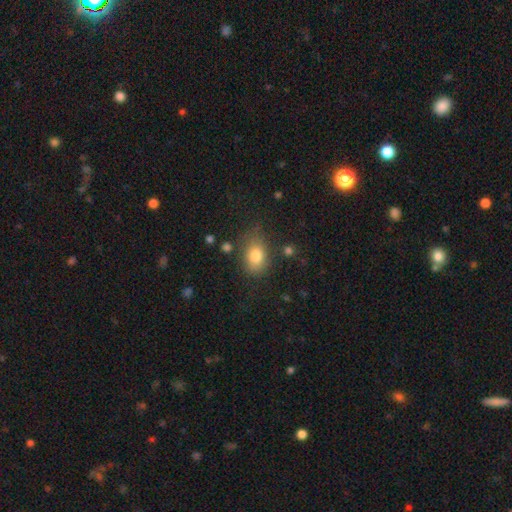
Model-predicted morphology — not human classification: This appears to be a smooth galaxy with no disk features (80%) that is in between round and cigar-shaped (72%). Merging: none (70%).